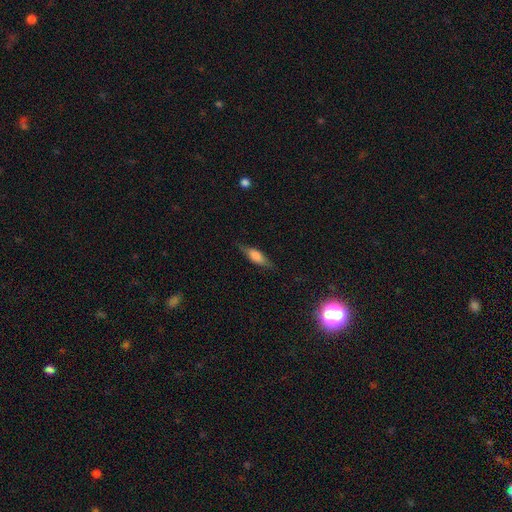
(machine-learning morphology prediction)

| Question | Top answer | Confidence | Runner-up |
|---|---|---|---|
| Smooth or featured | smooth | 59% | featured or disk (34%) |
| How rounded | in between | 51% | cigar-shaped (46%) |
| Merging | none | 77% | minor disturbance (17%) |